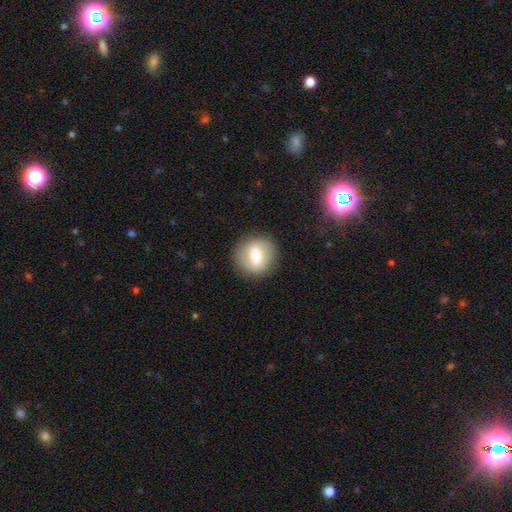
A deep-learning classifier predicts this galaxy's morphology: The model was most divided on "smooth or featured": smooth: 56%, featured or disk: 36%, star or artifact: 8%. More confident: merging — none (87%); how rounded — round (85%).